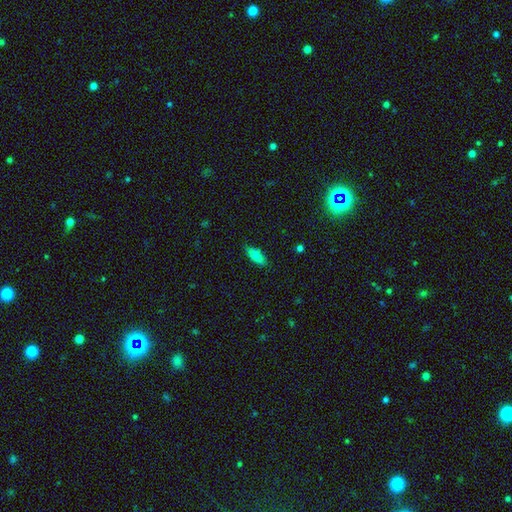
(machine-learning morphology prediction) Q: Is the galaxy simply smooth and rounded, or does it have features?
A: smooth — 76%.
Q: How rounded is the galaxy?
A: in between — 63%.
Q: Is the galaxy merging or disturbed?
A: none — 85%.